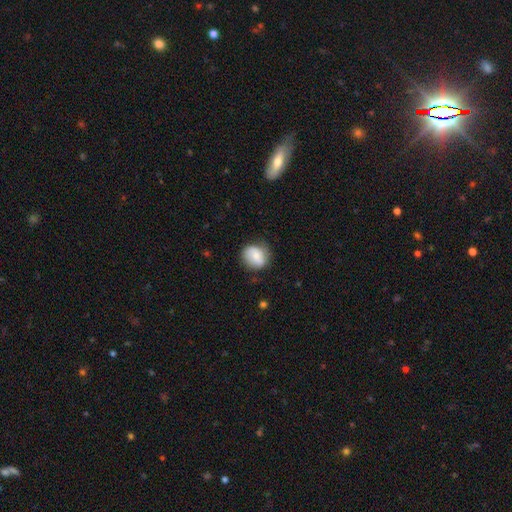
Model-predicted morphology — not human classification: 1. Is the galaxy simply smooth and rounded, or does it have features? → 68% smooth, 25% featured or disk, 7% star or artifact.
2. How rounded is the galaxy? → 70% round, 29% in between, 1% cigar-shaped.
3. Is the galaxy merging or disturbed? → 70% none, 22% minor disturbance, 6% major disturbance, 1% merger.